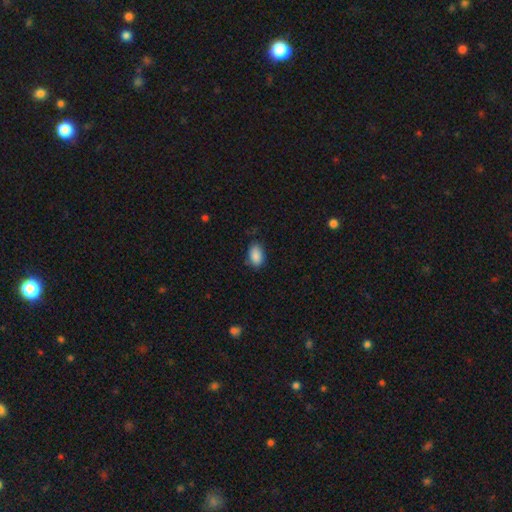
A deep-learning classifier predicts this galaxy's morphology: Smooth or featured: smooth — 88% (star or artifact — 7%)
How rounded: in between — 90% (round — 8%)
Merging: none — 77% (minor disturbance — 18%)